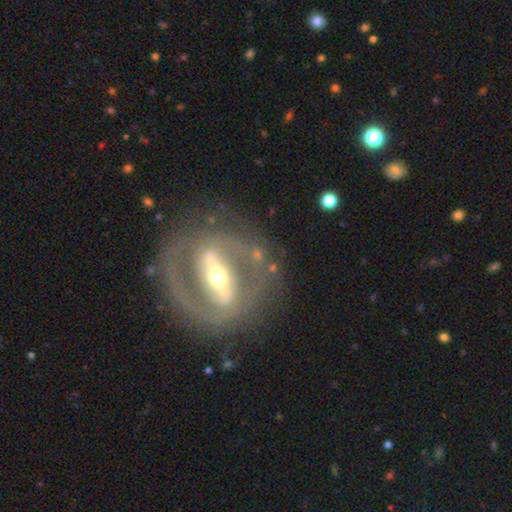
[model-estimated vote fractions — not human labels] smooth_or_featured: featured or disk (p=0.84) [alt: smooth p=0.10]
disk_edge_on: no (p=0.88) [alt: yes p=0.12]
bar: strong (p=0.77) [alt: weak p=0.14]
has_spiral_arms: yes (p=0.58) [alt: no p=0.42]
bulge_size: moderate (p=0.52) [alt: small p=0.40]
merging: none (p=0.74) [alt: minor disturbance p=0.13]